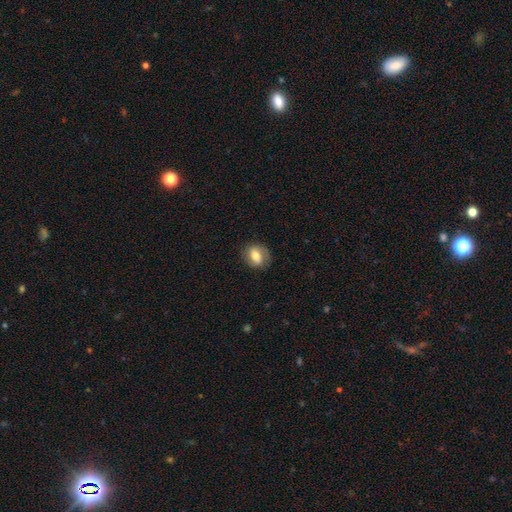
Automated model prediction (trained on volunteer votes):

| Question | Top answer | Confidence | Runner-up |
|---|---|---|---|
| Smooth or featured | smooth | 58% | featured or disk (34%) |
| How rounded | in between | 60% | round (38%) |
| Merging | none | 78% | minor disturbance (15%) |